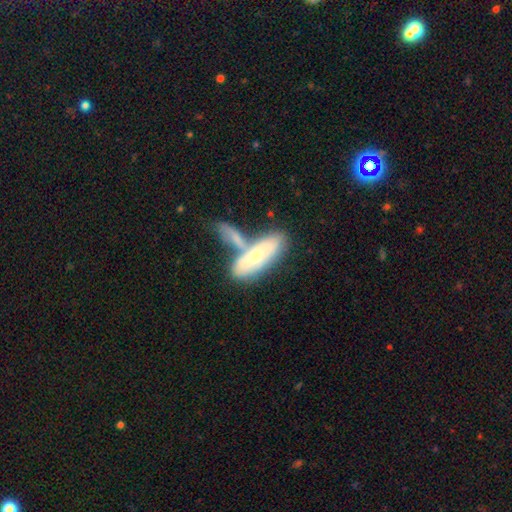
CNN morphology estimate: Overall: smooth (58%; featured or disk 36%). How rounded: in between (57%; cigar-shaped 40%). Merging: merger (50%; none 30%).